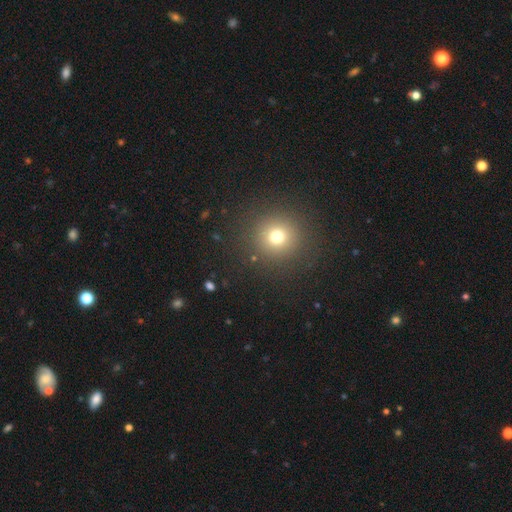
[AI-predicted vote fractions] Morphology: type=smooth (60%); roundness=round (94%); merging=none (93%).